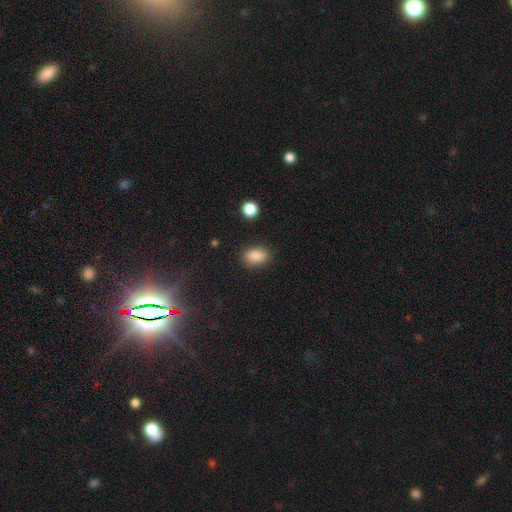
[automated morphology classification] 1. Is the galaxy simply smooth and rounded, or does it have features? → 87% smooth, 9% star or artifact, 4% featured or disk.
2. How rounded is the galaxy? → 83% in between, 15% round, 2% cigar-shaped.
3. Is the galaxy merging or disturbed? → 83% none, 12% minor disturbance, 3% major disturbance, 2% merger.